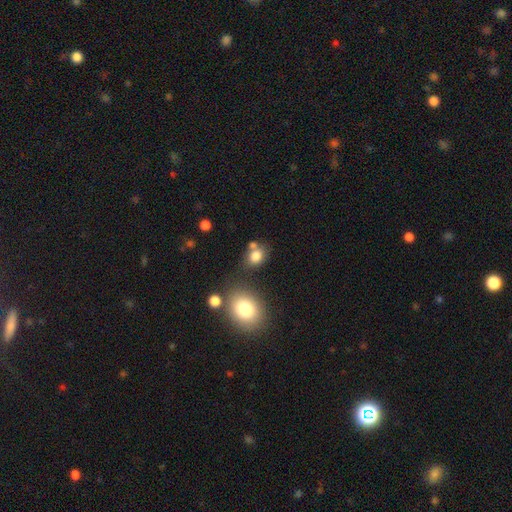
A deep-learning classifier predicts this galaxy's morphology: A smooth galaxy with no disk features (80%) that is round (51%).

Vote fractions:
- Smooth or featured? smooth: 80% / star or artifact: 12% / featured or disk: 8%
- How rounded? round: 51% / in between: 48% / cigar-shaped: 1%
- Merging? none: 58% / merger: 21% / minor disturbance: 15% / major disturbance: 6%